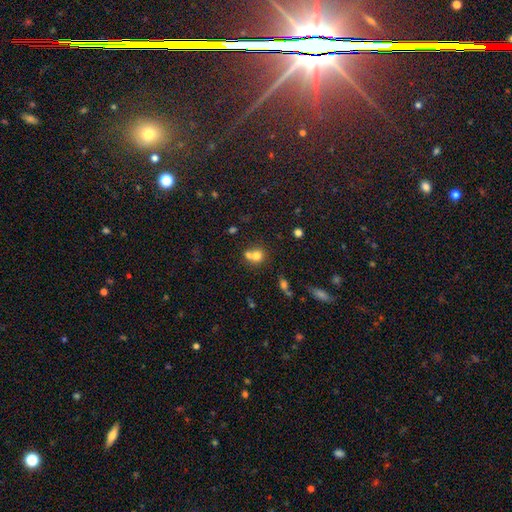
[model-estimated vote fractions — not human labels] This is likely a smooth galaxy (72%). How rounded: likely round (80%). Merging: possibly merger (55%).